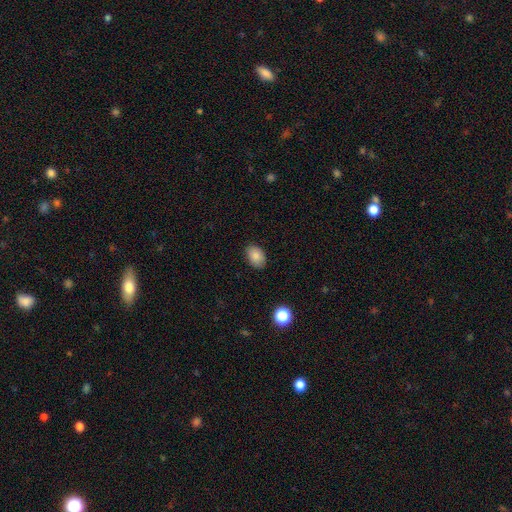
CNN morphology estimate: The model was most divided on "how rounded": in between: 83%, round: 16%, cigar-shaped: 1%. More confident: merging — none (86%); smooth or featured — smooth (86%).